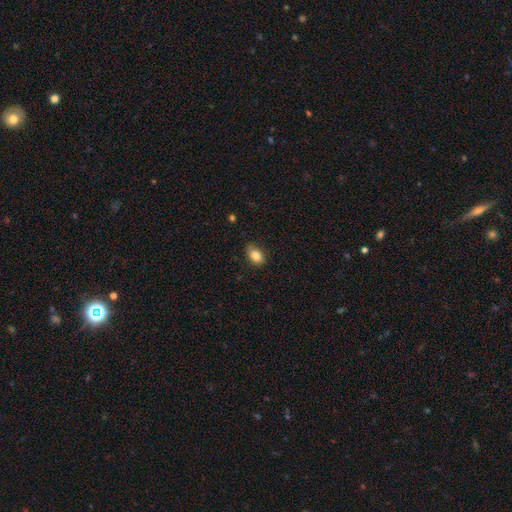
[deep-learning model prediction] A smooth galaxy with no disk features (86%) that is in between round and cigar-shaped (82%).

Vote fractions:
- Smooth or featured? smooth: 86% / star or artifact: 9% / featured or disk: 6%
- How rounded? in between: 82% / round: 16% / cigar-shaped: 2%
- Merging? none: 79% / minor disturbance: 17% / major disturbance: 3% / merger: 1%